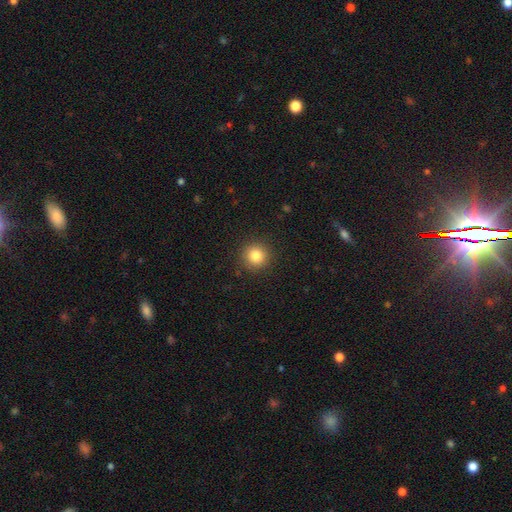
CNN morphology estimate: smooth-or-featured: smooth: 83% | star or artifact: 11% | featured or disk: 6%
  how-rounded: round: 94% | in between: 5% | cigar-shaped: 1%
  merging: none: 91% | minor disturbance: 6% | major disturbance: 2% | merger: 1%